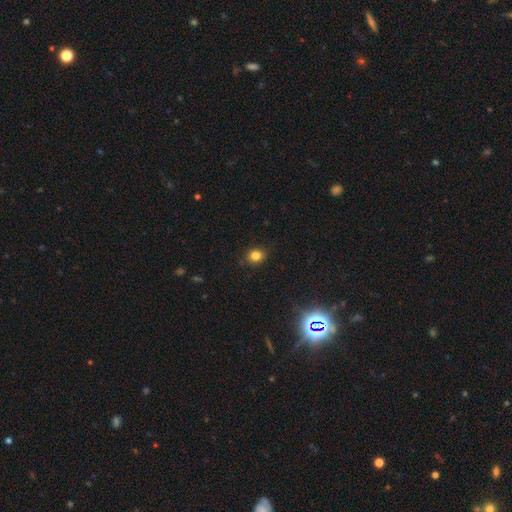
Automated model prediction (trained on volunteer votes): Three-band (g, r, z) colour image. It shows a smooth galaxy with no disk features (81%) that is round (72%). Merging: none (85%).